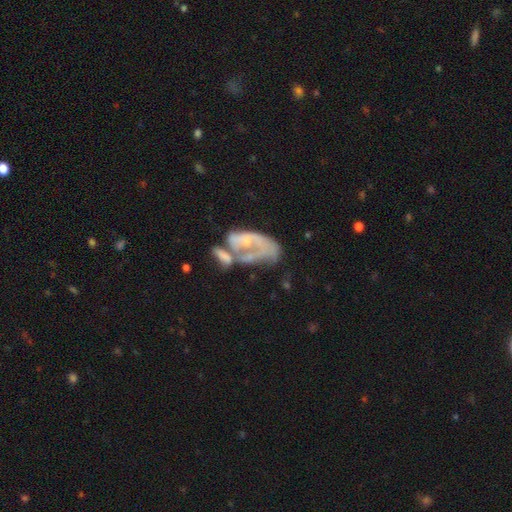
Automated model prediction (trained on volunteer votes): Q: Smooth or featured?
A: featured or disk (62%); runner-up: smooth (27%)
Q: Edge-on disk?
A: no (95%); runner-up: yes (5%)
Q: Bar?
A: no (79%); runner-up: weak (16%)
Q: Spiral arms?
A: no (60%); runner-up: yes (40%)
Q: Bulge size?
A: small (41%); runner-up: none (35%)
Q: Merging?
A: merger (49%); runner-up: major disturbance (26%)